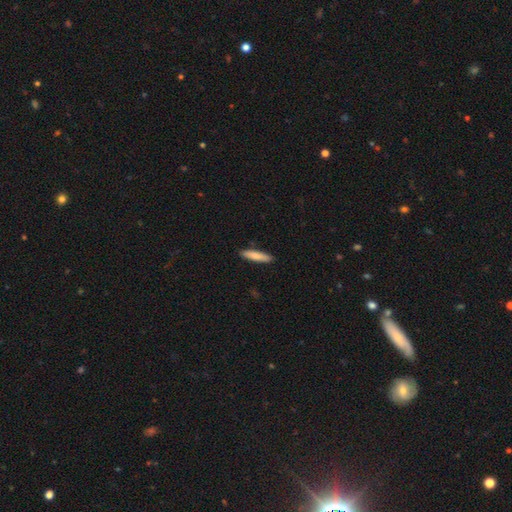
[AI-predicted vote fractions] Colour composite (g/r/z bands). It shows a smooth galaxy with no disk features (82%) that is cigar-shaped (85%). Merging: none (90%).